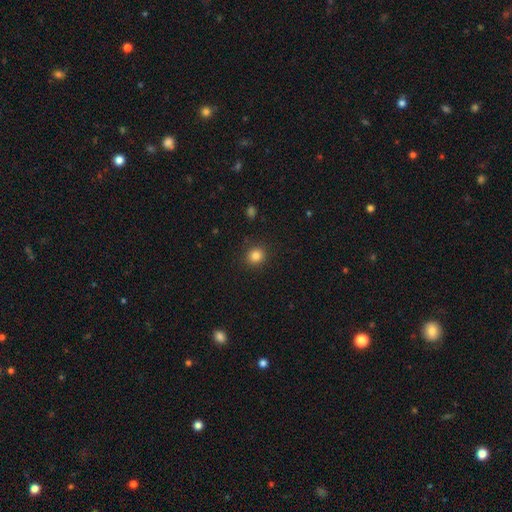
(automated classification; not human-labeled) The model was most divided on "how rounded": round: 85%, in between: 15%, cigar-shaped: 1%. More confident: merging — none (90%); smooth or featured — smooth (84%).